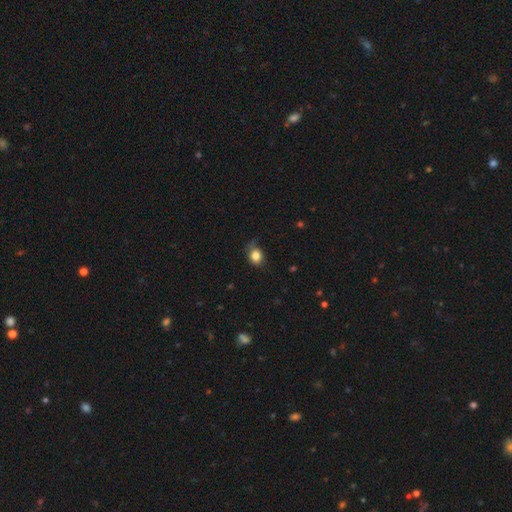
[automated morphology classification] type=smooth (81%); roundness=round (56%); merging=none (57%).